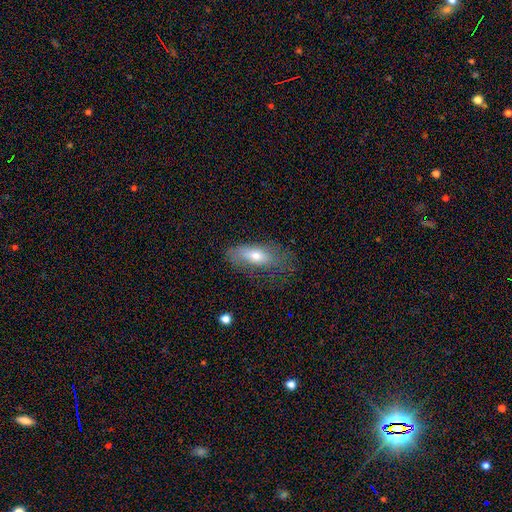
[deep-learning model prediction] Smooth or featured?
  - smooth: 67% *
  - featured or disk: 25%
  - star or artifact: 8%
How rounded?
  - in between: 77% *
  - cigar-shaped: 19%
  - round: 4%
Merging?
  - none: 43% *
  - minor disturbance: 28%
  - major disturbance: 27%
  - merger: 2%